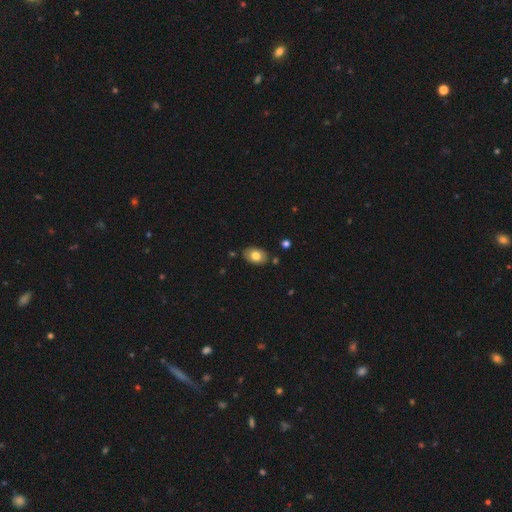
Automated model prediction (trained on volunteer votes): A smooth galaxy with no disk features (77%) that is in between round and cigar-shaped (83%). Merging: none (83%).